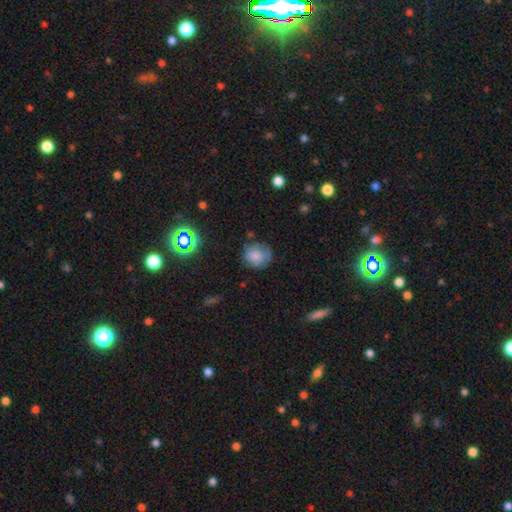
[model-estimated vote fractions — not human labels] A smooth galaxy with no disk features (69%) that is round (80%).

Vote fractions:
- Smooth or featured? smooth: 69% / featured or disk: 19% / star or artifact: 12%
- How rounded? round: 80% / in between: 19% / cigar-shaped: 1%
- Merging? none: 66% / minor disturbance: 23% / major disturbance: 9% / merger: 2%